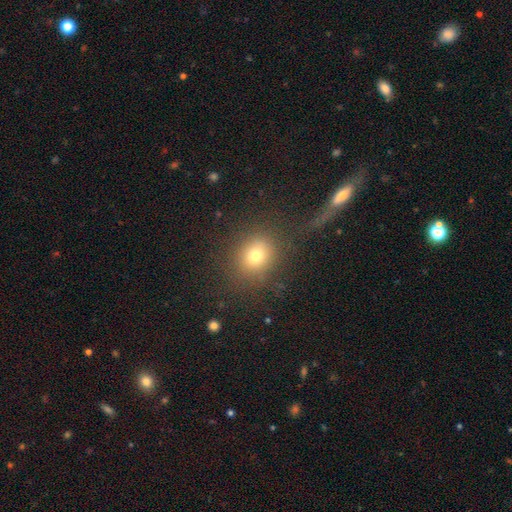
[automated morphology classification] This is likely a smooth galaxy (74%). How rounded: likely round (72%). Merging: likely none (77%).